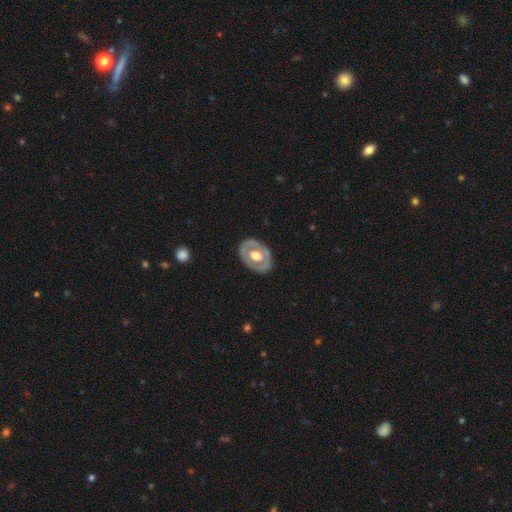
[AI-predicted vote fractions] This is possibly a featured or disk galaxy (60%). It is clearly not viewed edge-on (92%). Bar: clearly no (80%). Spiral arm pattern: clearly no (85%). Central bulge: possibly moderate (53%). Merging: clearly none (81%).